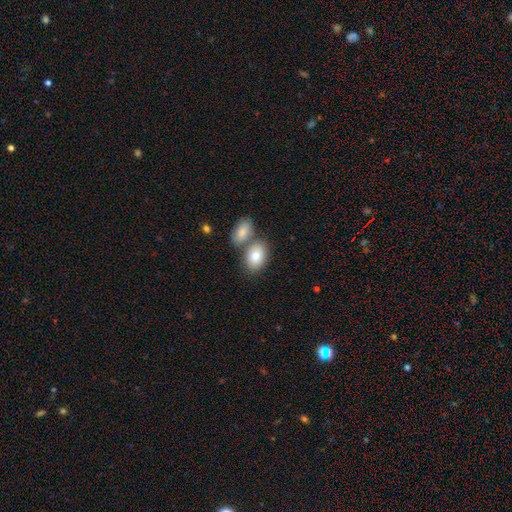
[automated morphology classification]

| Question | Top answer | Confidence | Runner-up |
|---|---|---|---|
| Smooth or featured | smooth | 79% | featured or disk (13%) |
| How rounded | in between | 84% | round (14%) |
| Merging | none | 51% | merger (35%) |